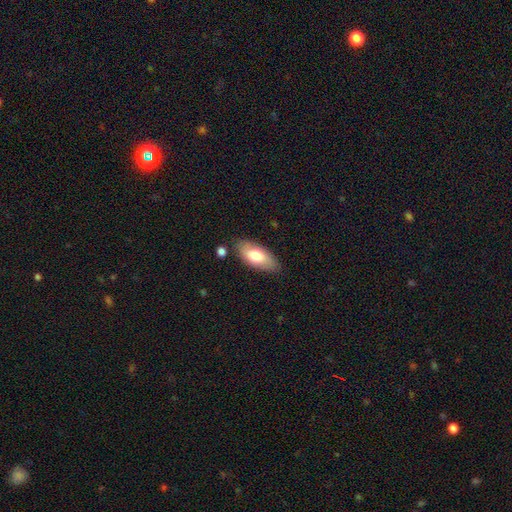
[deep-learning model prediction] A smooth galaxy with no disk features (71%) that is in between round and cigar-shaped (88%).

Vote fractions:
- Smooth or featured? smooth: 71% / featured or disk: 23% / star or artifact: 6%
- How rounded? in between: 88% / cigar-shaped: 9% / round: 3%
- Merging? none: 81% / minor disturbance: 14% / merger: 3% / major disturbance: 3%